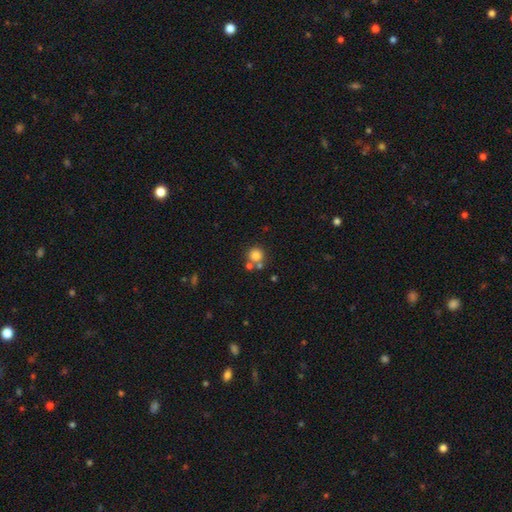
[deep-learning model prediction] Q: Smooth or featured?
A: smooth (80%); runner-up: star or artifact (12%)
Q: How rounded?
A: round (92%); runner-up: in between (7%)
Q: Merging?
A: none (65%); runner-up: merger (23%)